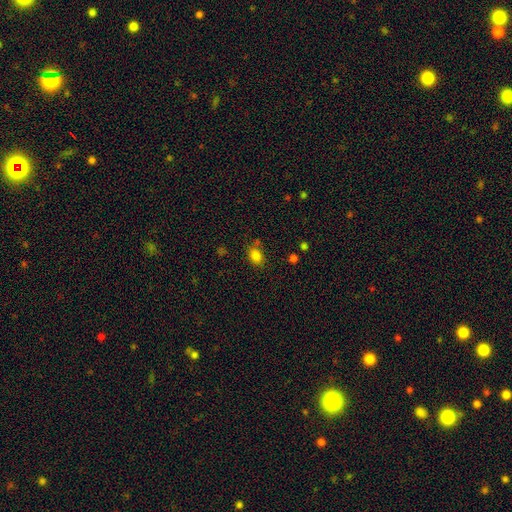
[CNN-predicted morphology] Smooth or featured? smooth (82%)
How rounded? in between (68%)
Merging? none (71%)